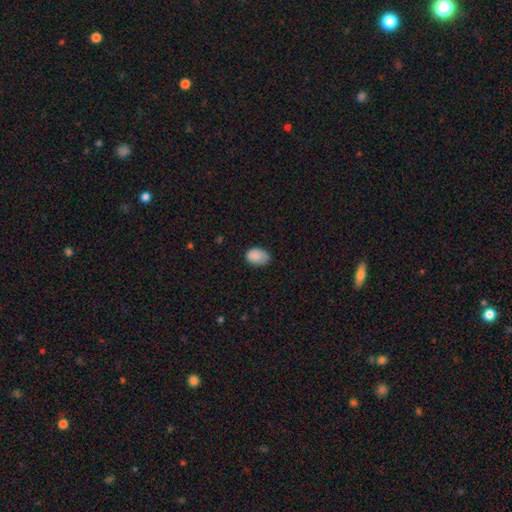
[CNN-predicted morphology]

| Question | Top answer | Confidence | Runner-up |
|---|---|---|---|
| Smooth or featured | smooth | 87% | star or artifact (8%) |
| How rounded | in between | 83% | round (16%) |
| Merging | none | 64% | minor disturbance (29%) |